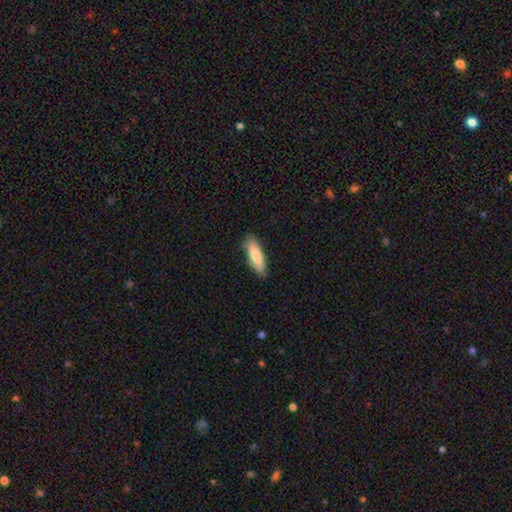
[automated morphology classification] Smooth or featured? Predicted: smooth (p=0.79). How rounded? Predicted: cigar-shaped (p=0.53). Merging? Predicted: none (p=0.83).